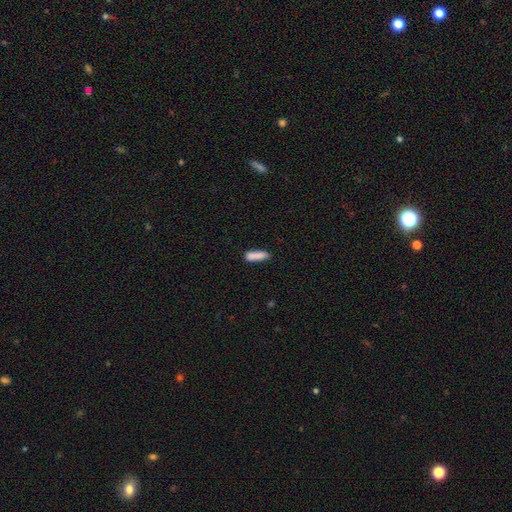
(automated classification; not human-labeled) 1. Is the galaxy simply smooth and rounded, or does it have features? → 84% smooth, 9% featured or disk, 7% star or artifact.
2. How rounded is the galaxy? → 71% cigar-shaped, 27% in between, 2% round.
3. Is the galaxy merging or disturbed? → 72% none, 15% minor disturbance, 9% merger, 4% major disturbance.